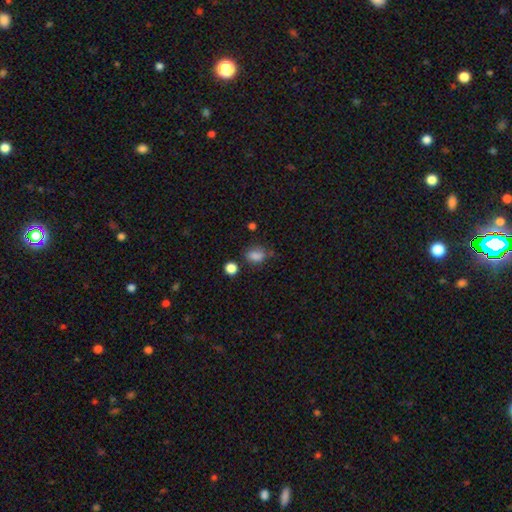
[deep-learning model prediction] Smooth or featured?
  - smooth: 82% *
  - star or artifact: 12%
  - featured or disk: 6%
How rounded?
  - in between: 64% *
  - round: 35%
  - cigar-shaped: 2%
Merging?
  - none: 62% *
  - minor disturbance: 23%
  - major disturbance: 7%
  - merger: 7%